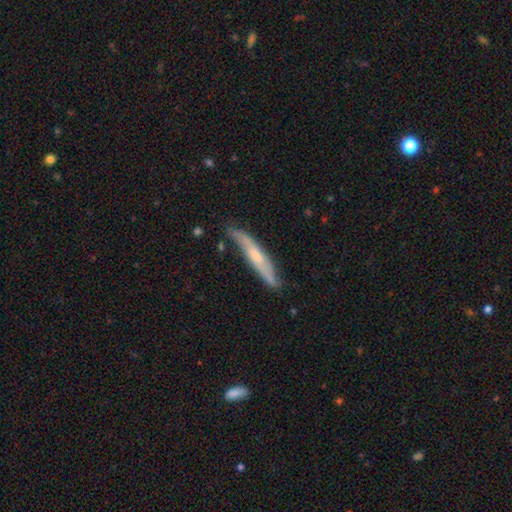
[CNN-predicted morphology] A featured or disk galaxy (52%) viewed edge-on (72%). Merging: none (70%).